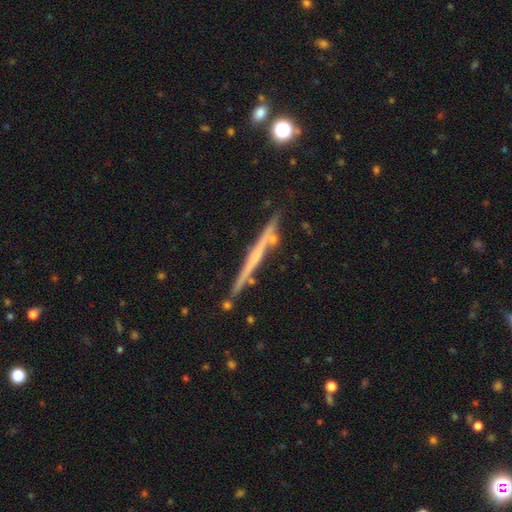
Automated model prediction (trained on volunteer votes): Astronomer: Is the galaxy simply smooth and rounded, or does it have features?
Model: featured or disk — 65%.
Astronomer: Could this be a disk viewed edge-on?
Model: yes — 96%.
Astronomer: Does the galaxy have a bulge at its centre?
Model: none — 81%.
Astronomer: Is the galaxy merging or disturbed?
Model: none — 79%.